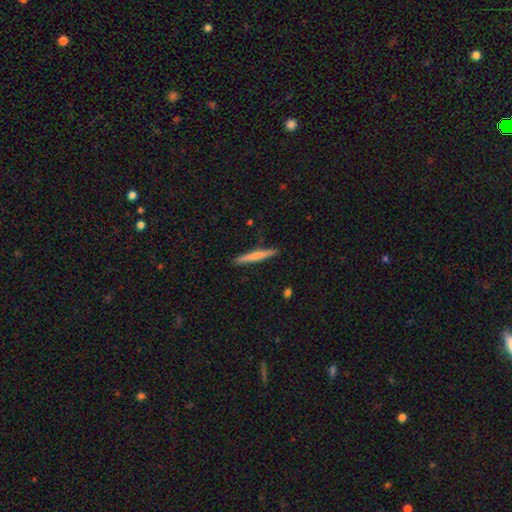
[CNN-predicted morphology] The model was most divided on "smooth or featured": smooth: 62%, featured or disk: 33%, star or artifact: 6%. More confident: how rounded — cigar-shaped (96%); merging — none (90%).